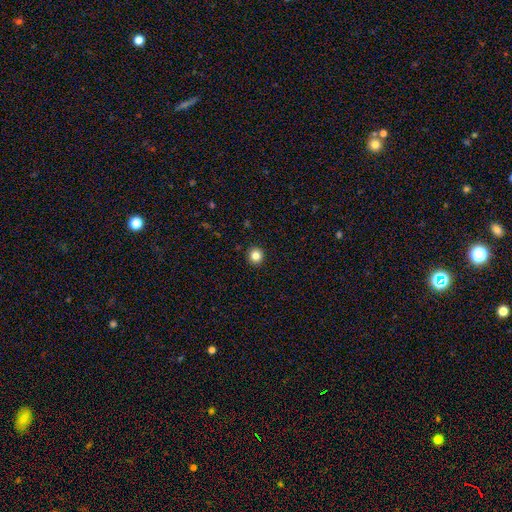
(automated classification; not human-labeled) This appears to be a smooth galaxy with no disk features (84%) that is round (94%). Merging: none (93%).